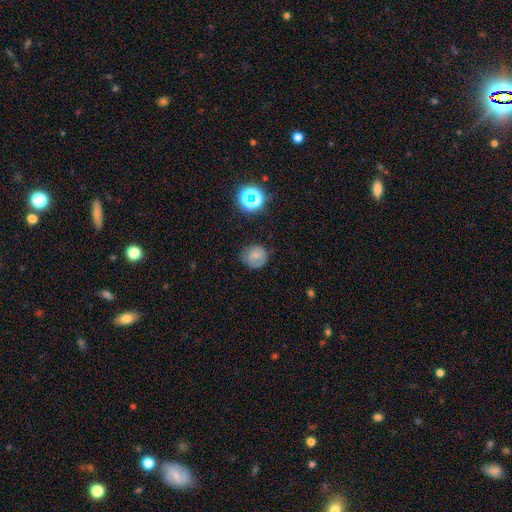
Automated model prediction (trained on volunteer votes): This appears to be a smooth galaxy with no disk features (67%) that is round (86%). Merging: none (69%).